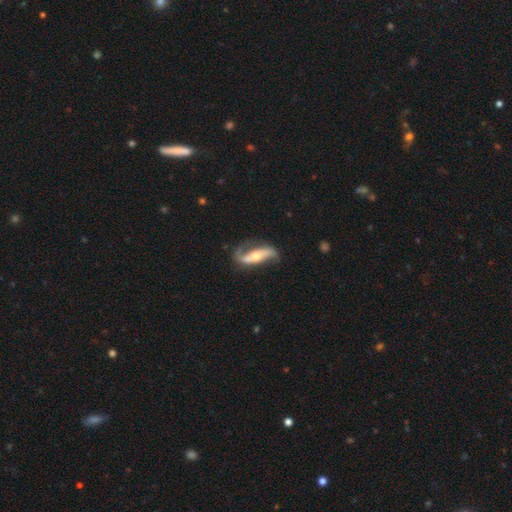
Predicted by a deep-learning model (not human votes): A featured or disk galaxy (83%) with a strong bar (43%), 2 (89%) loose (67%) spiral arms (92%) and a moderate central bulge (64%).

Vote fractions:
- Smooth or featured? featured or disk: 83% / smooth: 13% / star or artifact: 5%
- Edge-on disk? no: 85% / yes: 15%
- Bar? strong: 43% / no: 35% / weak: 22%
- Spiral arms? yes: 92% / no: 8%
- Spiral winding? loose: 67% / medium: 23% / tight: 9%
- Spiral arm count? 2: 89% / 1: 5% / can't tell: 3% / 3: 1% / 4: 1% / more than 4: 1%
- Bulge size? moderate: 64% / small: 28% / large: 6% / none: 1% / dominant: 1%
- Merging? none: 67% / minor disturbance: 19% / major disturbance: 11% / merger: 3%